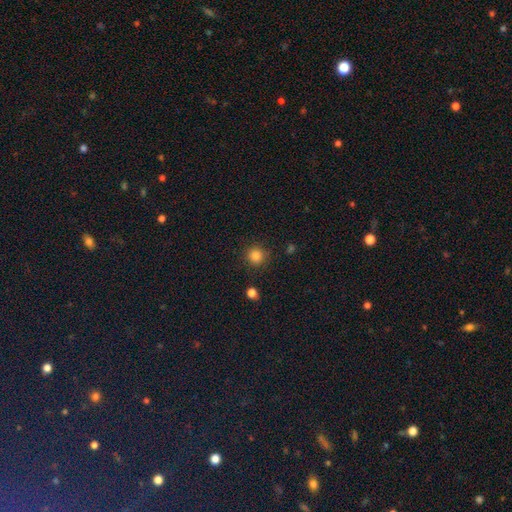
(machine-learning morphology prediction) smooth 84%, star or artifact 12%, featured or disk 4%. Down the decision tree: how rounded — round (94%); merging — none (88%).